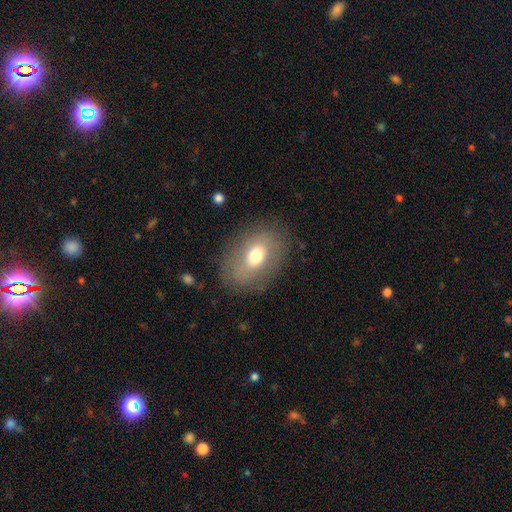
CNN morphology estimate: Smooth or featured? Predicted: smooth (p=0.60). How rounded? Predicted: in between (p=0.78). Merging? Predicted: none (p=0.83).